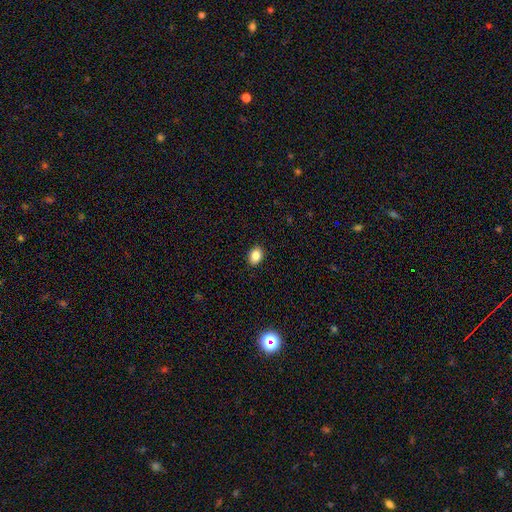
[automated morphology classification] A smooth galaxy with no disk features (86%) that is in between round and cigar-shaped (70%).

Vote fractions:
- Smooth or featured? smooth: 86% / star or artifact: 9% / featured or disk: 5%
- How rounded? in between: 70% / round: 29% / cigar-shaped: 1%
- Merging? none: 90% / minor disturbance: 7% / major disturbance: 2% / merger: 1%